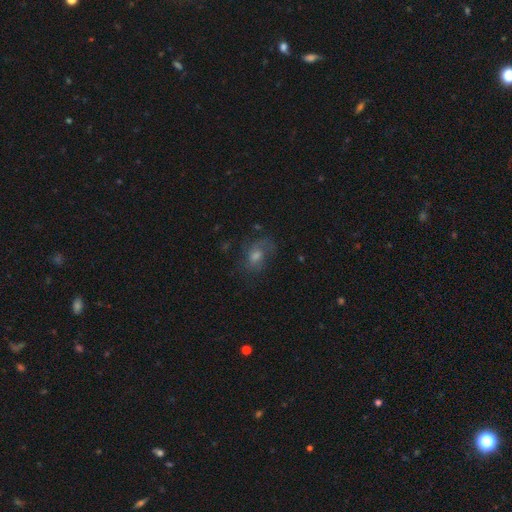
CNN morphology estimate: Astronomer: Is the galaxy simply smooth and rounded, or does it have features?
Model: featured or disk — 51% (runner-up: smooth, 30%).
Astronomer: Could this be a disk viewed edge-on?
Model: no — 95%.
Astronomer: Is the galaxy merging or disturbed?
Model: none — 62%.